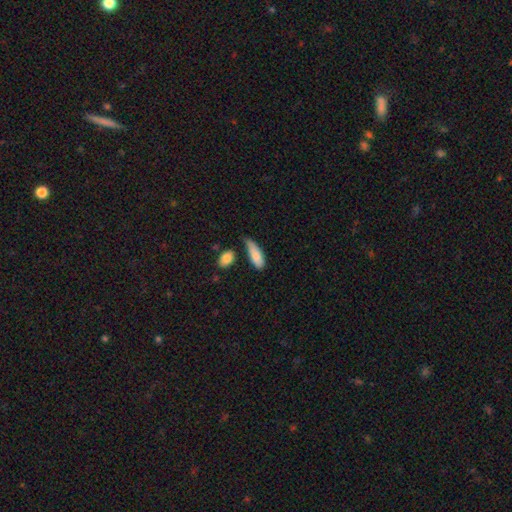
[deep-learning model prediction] smooth-or-featured: smooth: 82% | featured or disk: 12% | star or artifact: 6%
  how-rounded: in between: 69% | cigar-shaped: 29% | round: 2%
  merging: none: 40% | minor disturbance: 39% | major disturbance: 12% | merger: 9%